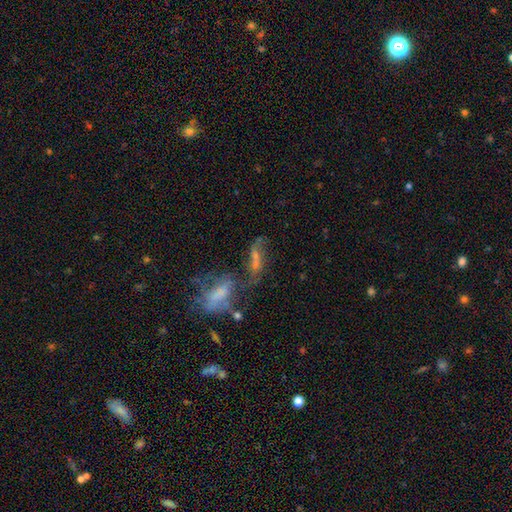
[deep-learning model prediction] A featured or disk galaxy (47%). Merging: merger (44%).